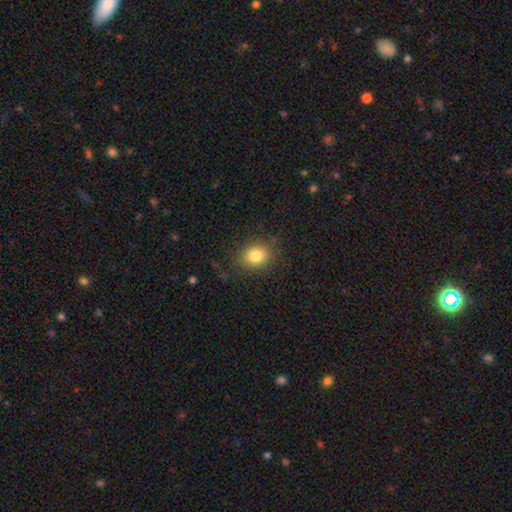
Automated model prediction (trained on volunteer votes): Overall: smooth (83%). How rounded: round (59%; in between 40%). Merging: none (83%).